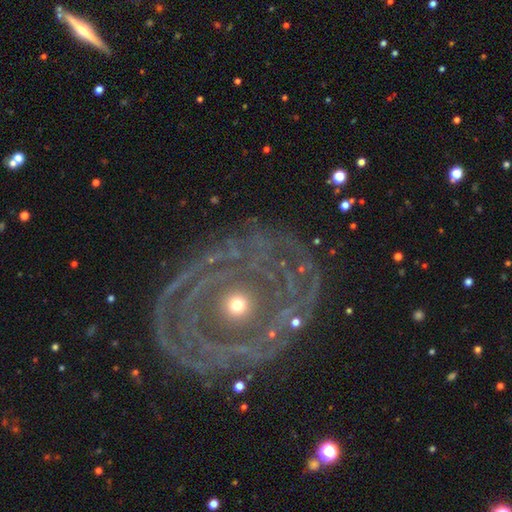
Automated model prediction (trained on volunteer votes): This is clearly a featured or disk galaxy (84%). It is clearly not viewed edge-on (96%). Bar: likely no (79%). Spiral arm pattern: likely yes (79%). Spiral arm count: marginally can't tell (37%). Spiral winding: likely tight (78%). Central bulge: possibly small (49%). Merging: likely none (78%).